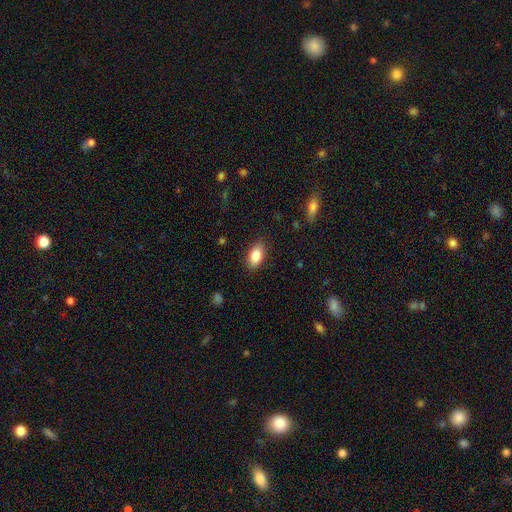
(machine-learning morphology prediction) smooth 85%, featured or disk 8%, star or artifact 7%. Down the decision tree: how rounded — in between (91%); merging — none (86%).